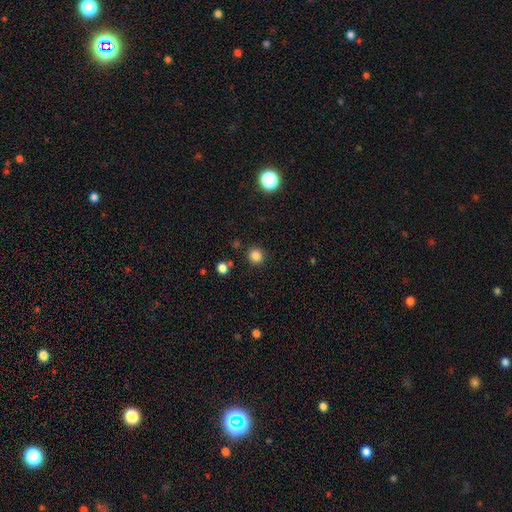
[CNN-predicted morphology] The model was most divided on "smooth or featured": smooth: 83%, star or artifact: 13%, featured or disk: 4%. More confident: how rounded — round (92%); merging — none (88%).